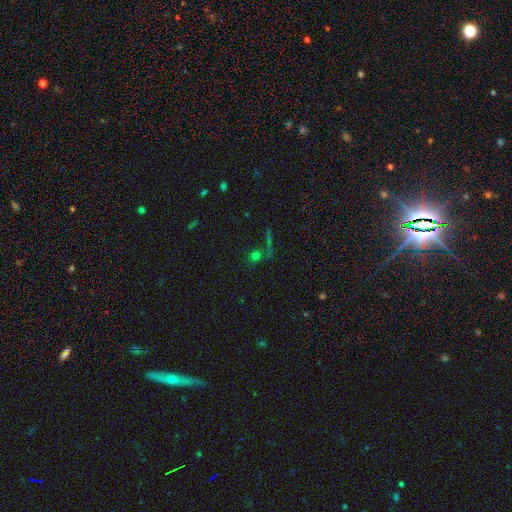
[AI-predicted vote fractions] The model was most divided on "smooth or featured": smooth: 55%, star or artifact: 33%, featured or disk: 11%. More confident: how rounded — round (85%); merging — none (66%).